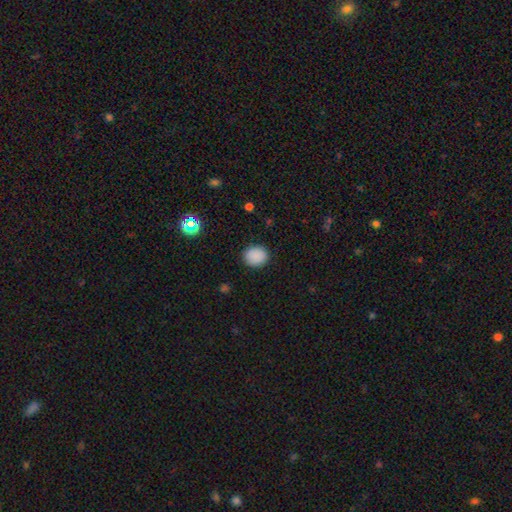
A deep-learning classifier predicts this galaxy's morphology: smooth_or_featured: smooth (p=0.87) [alt: star or artifact p=0.10]
how_rounded: round (p=0.74) [alt: in between p=0.25]
merging: none (p=0.89) [alt: minor disturbance p=0.08]